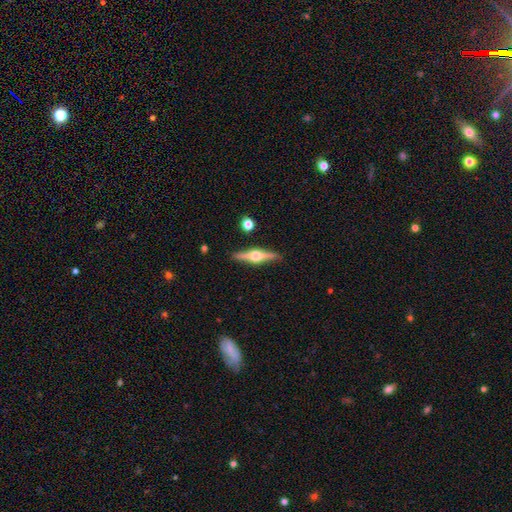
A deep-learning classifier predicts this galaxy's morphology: This is clearly a featured or disk galaxy (80%). It is clearly viewed edge-on (98%). Edge-on bulge: clearly rounded (95%). Merging: clearly none (89%).